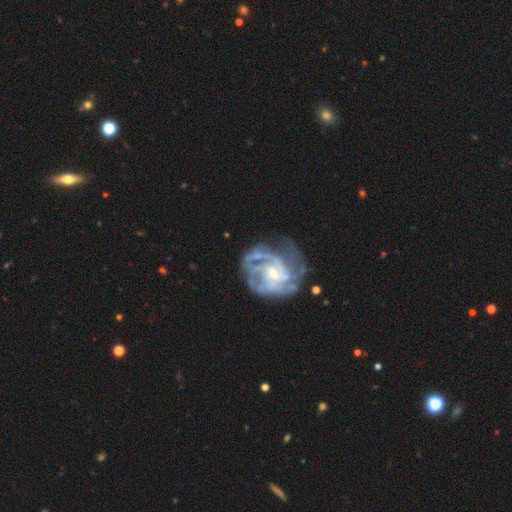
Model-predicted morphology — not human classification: featured or disk 85%, smooth 8%, star or artifact 7%. Down the decision tree: edge-on disk — no (98%); bar — no (49%); spiral arms — yes (89%); spiral arm count — can't tell (35%); spiral winding — tight (50%); bulge size — small (52%); merging — none (53%).